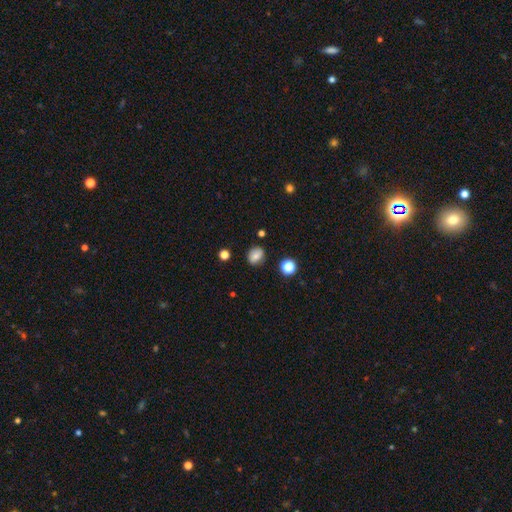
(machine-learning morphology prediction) type=smooth (78%); roundness=round (57%); merging=none (82%).